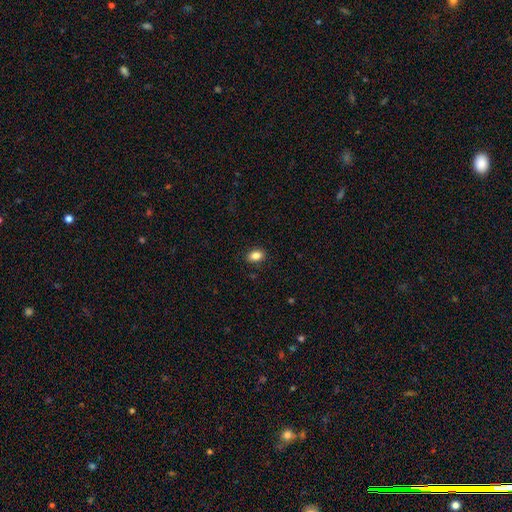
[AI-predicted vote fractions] Morphology: type=smooth (86%); roundness=in between (82%); merging=none (88%).